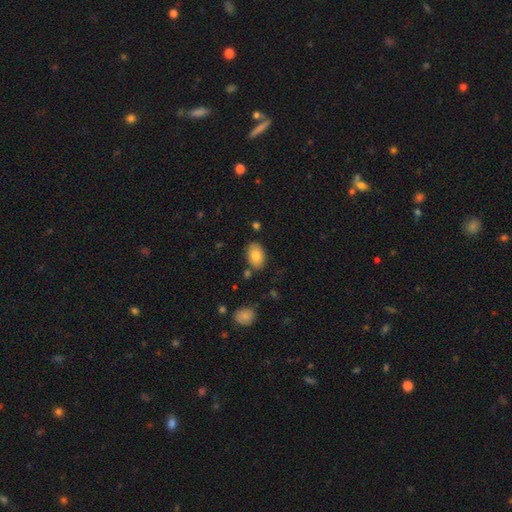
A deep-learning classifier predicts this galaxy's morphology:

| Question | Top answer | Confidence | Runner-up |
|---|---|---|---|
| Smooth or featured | smooth | 82% | featured or disk (11%) |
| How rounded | in between | 87% | round (12%) |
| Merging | none | 81% | minor disturbance (13%) |